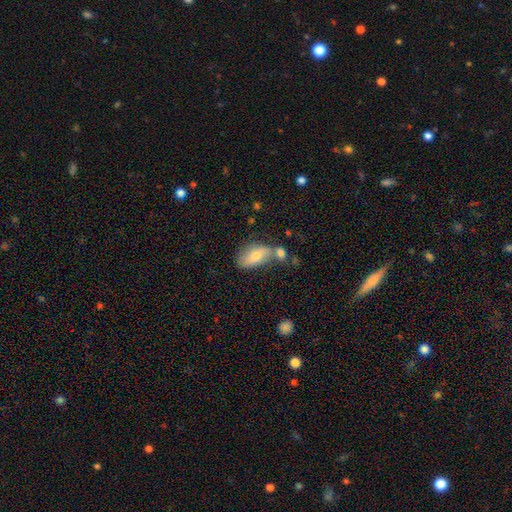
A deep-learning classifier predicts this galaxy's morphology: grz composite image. It shows a smooth galaxy with no disk features (67%) that is in between round and cigar-shaped (90%). Merging: none (43%).